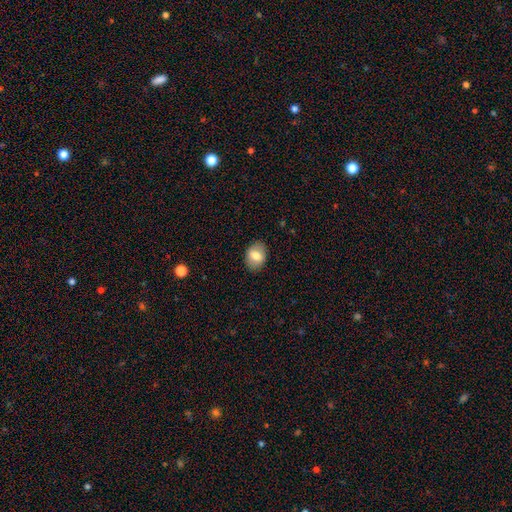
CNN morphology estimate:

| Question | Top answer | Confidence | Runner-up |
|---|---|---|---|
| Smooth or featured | smooth | 74% | featured or disk (18%) |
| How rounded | in between | 70% | round (29%) |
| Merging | none | 87% | minor disturbance (10%) |